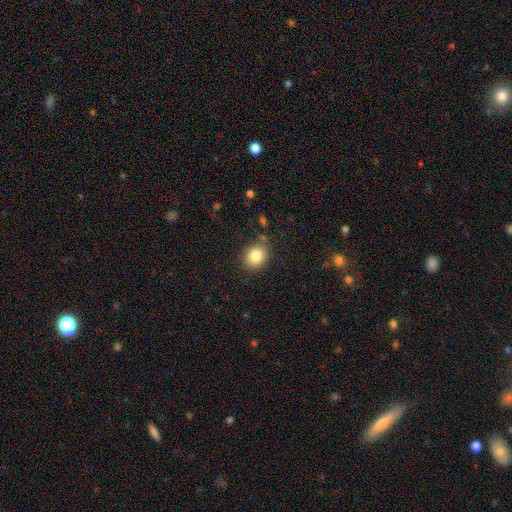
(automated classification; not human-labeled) Smooth or featured: smooth — 83% (star or artifact — 10%)
How rounded: round — 60% (in between — 39%)
Merging: none — 82% (minor disturbance — 12%)